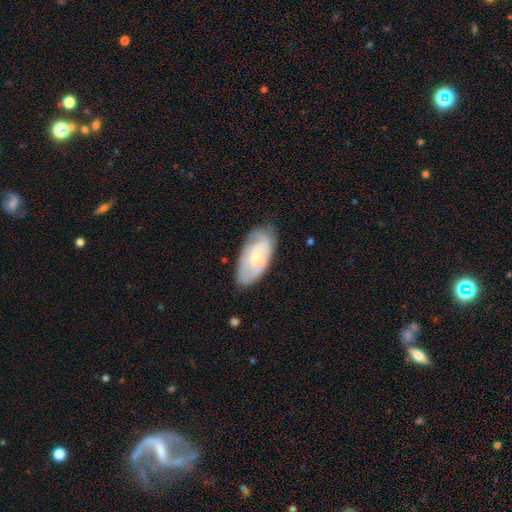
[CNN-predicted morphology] Smooth or featured?
  - featured or disk: 52% *
  - smooth: 41%
  - star or artifact: 7%
Edge-on disk?
  - no: 92% *
  - yes: 8%
Merging?
  - none: 64% *
  - minor disturbance: 23%
  - major disturbance: 7%
  - merger: 5%